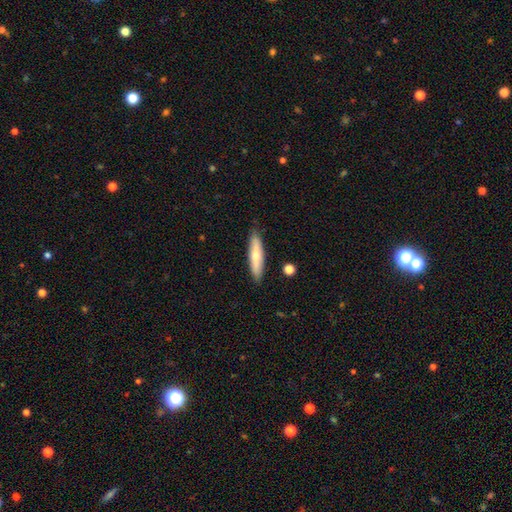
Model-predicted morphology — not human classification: A smooth galaxy with no disk features (55%) that is cigar-shaped (78%).

Vote fractions:
- Smooth or featured? smooth: 55% / featured or disk: 39% / star or artifact: 6%
- How rounded? cigar-shaped: 78% / in between: 20% / round: 2%
- Merging? none: 86% / minor disturbance: 11% / major disturbance: 2% / merger: 2%